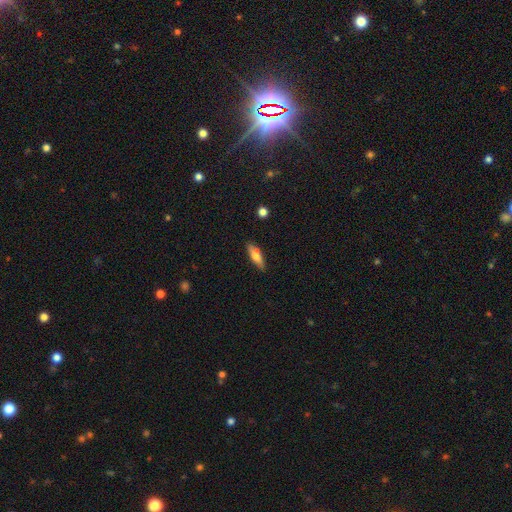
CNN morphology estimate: The model was most divided on "how rounded": cigar-shaped: 56%, in between: 42%, round: 2%. More confident: merging — none (82%); smooth or featured — smooth (67%).